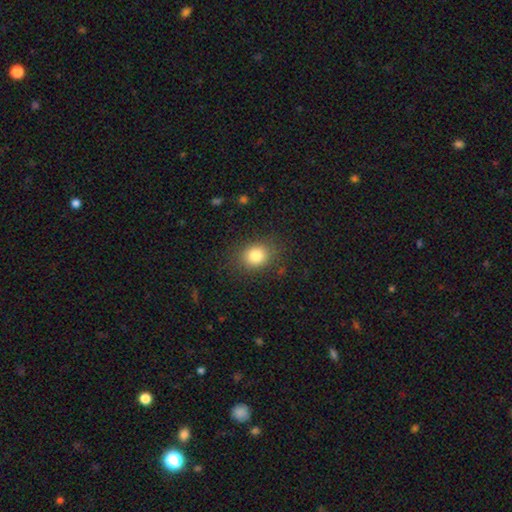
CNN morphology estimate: smooth 82%, star or artifact 11%, featured or disk 7%. Down the decision tree: how rounded — round (61%); merging — none (83%).